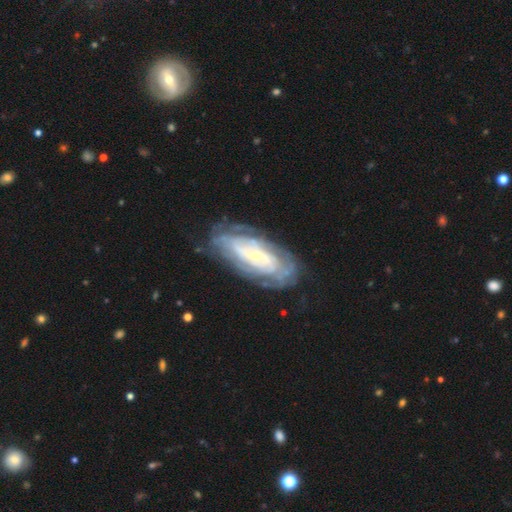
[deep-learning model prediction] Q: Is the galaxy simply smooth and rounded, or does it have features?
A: featured or disk — 82%.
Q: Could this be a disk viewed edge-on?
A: no — 91%.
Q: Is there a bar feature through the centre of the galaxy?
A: no — 59%.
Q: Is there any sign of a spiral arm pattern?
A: yes — 89%.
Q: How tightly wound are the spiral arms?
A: tight — 75%.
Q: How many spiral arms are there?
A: can't tell — 55%.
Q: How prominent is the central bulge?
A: small — 74%.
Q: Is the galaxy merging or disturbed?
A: none — 74%.